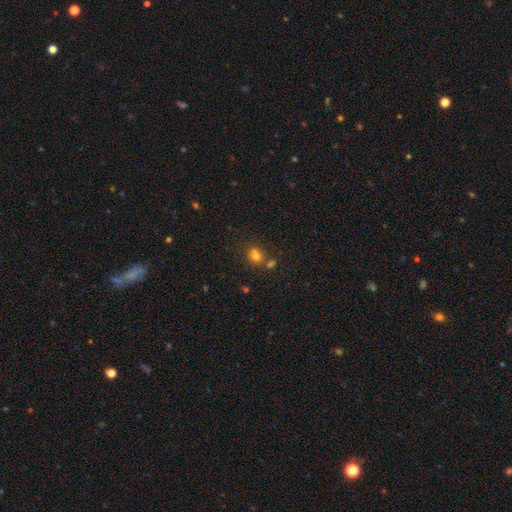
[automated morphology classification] Q: Smooth or featured?
A: smooth (73%); runner-up: star or artifact (16%)
Q: How rounded?
A: round (68%); runner-up: in between (31%)
Q: Merging?
A: none (47%); runner-up: merger (38%)